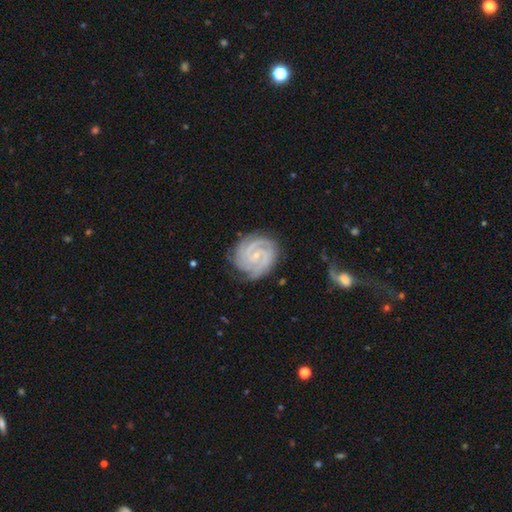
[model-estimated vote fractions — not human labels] This is clearly a featured or disk galaxy (91%). It is clearly not viewed edge-on (98%). Bar: possibly no (51%). Spiral arm pattern: clearly yes (99%). Spiral arm count: marginally 3 (33%). Spiral winding: likely tight (78%). Central bulge: likely small (78%). Merging: likely none (76%).